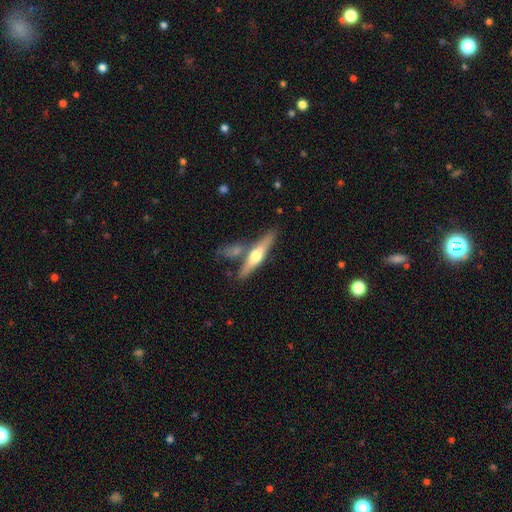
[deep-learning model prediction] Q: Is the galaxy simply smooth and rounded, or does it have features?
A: featured or disk — 56%.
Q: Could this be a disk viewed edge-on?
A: yes — 93%.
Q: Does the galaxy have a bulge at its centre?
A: rounded — 91%.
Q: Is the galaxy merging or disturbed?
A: none — 69%.